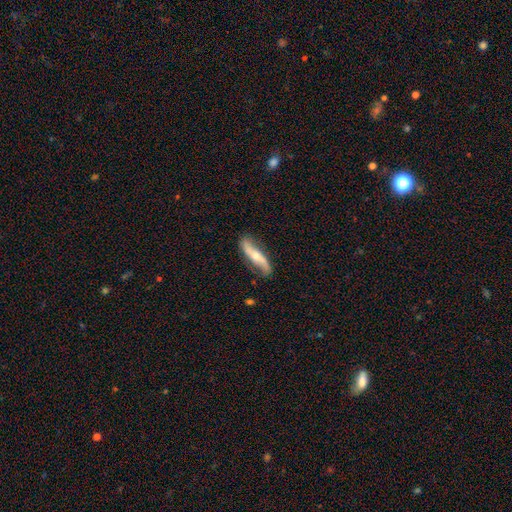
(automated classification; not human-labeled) smooth-or-featured: featured or disk: 66% | smooth: 28% | star or artifact: 5%
  disk-edge-on: no: 67% | yes: 33%
  merging: none: 75% | minor disturbance: 18% | major disturbance: 5% | merger: 2%